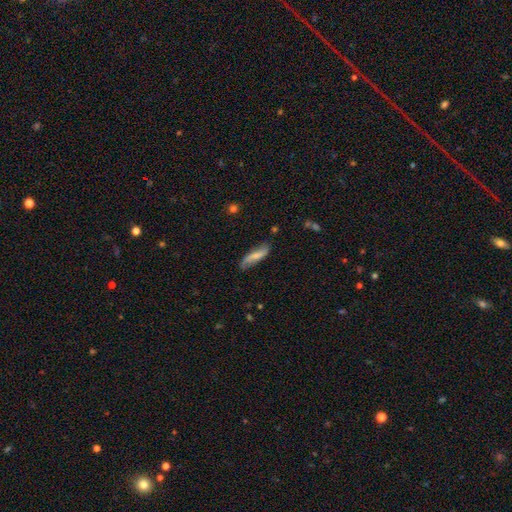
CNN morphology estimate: A smooth galaxy with no disk features (55%) that is cigar-shaped (62%).

Vote fractions:
- Smooth or featured? smooth: 55% / featured or disk: 38% / star or artifact: 7%
- How rounded? cigar-shaped: 62% / in between: 35% / round: 2%
- Merging? none: 71% / minor disturbance: 21% / major disturbance: 5% / merger: 2%